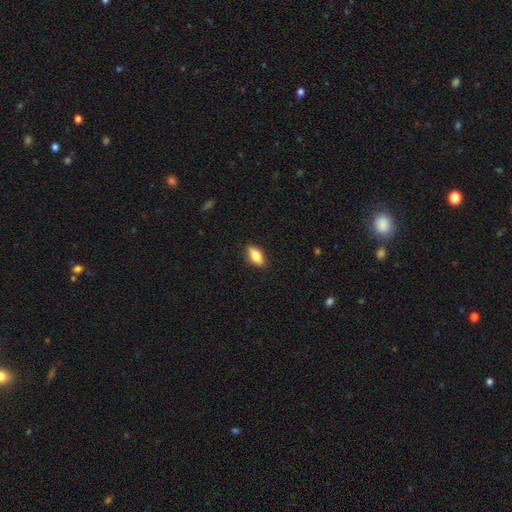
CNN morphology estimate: type=smooth (79%); roundness=in between (82%); merging=none (88%).